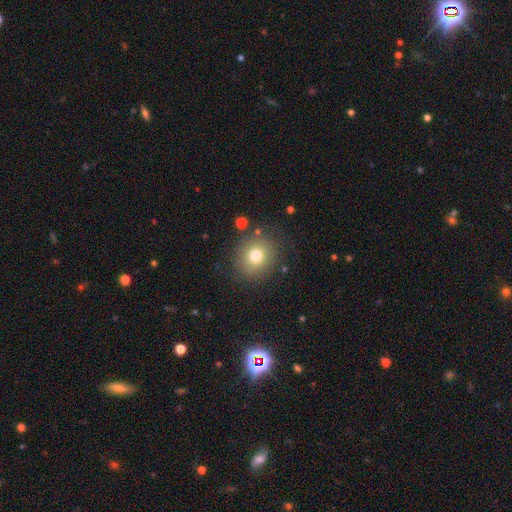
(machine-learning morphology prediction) The model was most divided on "smooth or featured": smooth: 76%, star or artifact: 13%, featured or disk: 11%. More confident: merging — none (83%); how rounded — round (83%).